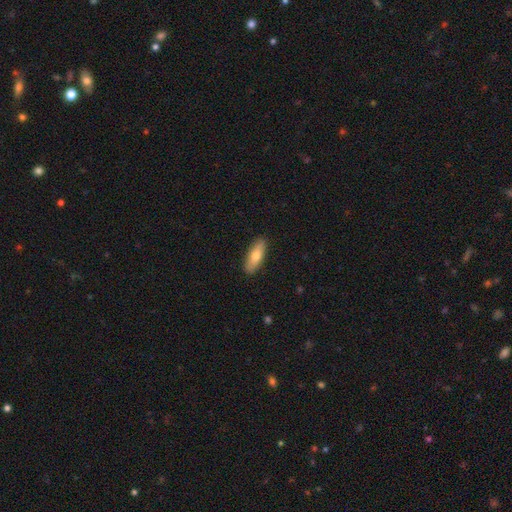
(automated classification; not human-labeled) smooth 71%, featured or disk 23%, star or artifact 6%. Down the decision tree: how rounded — in between (61%); merging — none (90%).